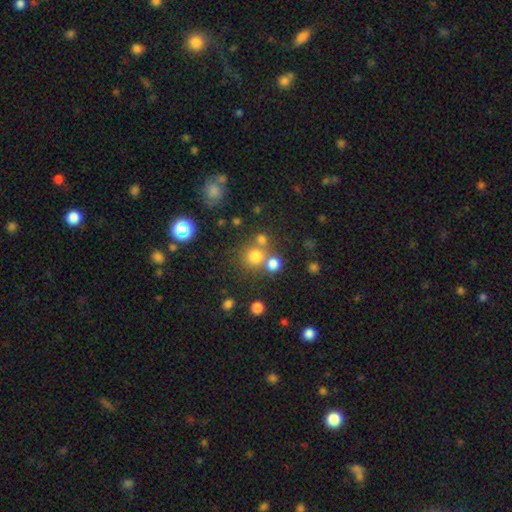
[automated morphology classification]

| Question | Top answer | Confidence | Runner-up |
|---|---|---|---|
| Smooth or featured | smooth | 72% | star or artifact (19%) |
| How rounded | round | 90% | in between (9%) |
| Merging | none | 66% | merger (23%) |